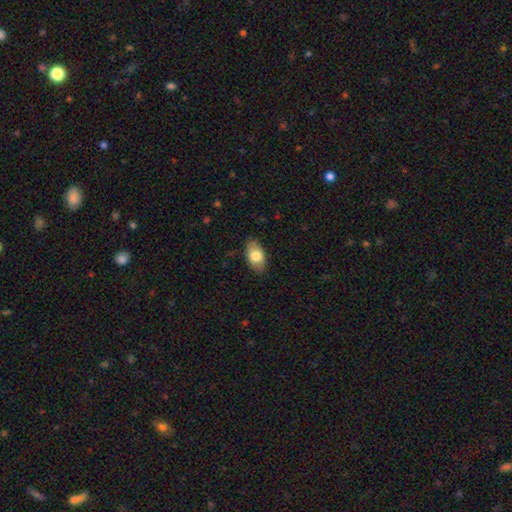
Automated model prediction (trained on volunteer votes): Smooth or featured?
  - smooth: 76% *
  - featured or disk: 17%
  - star or artifact: 6%
How rounded?
  - in between: 92% *
  - round: 6%
  - cigar-shaped: 2%
Merging?
  - none: 85% *
  - minor disturbance: 12%
  - major disturbance: 2%
  - merger: 1%